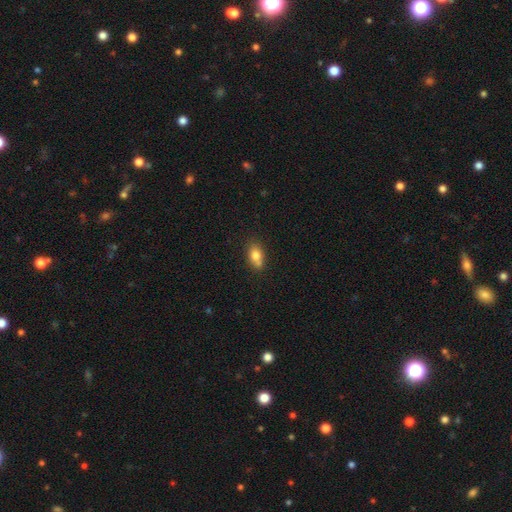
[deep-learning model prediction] A smooth galaxy with no disk features (79%) that is in between round and cigar-shaped (80%). Merging: none (58%).